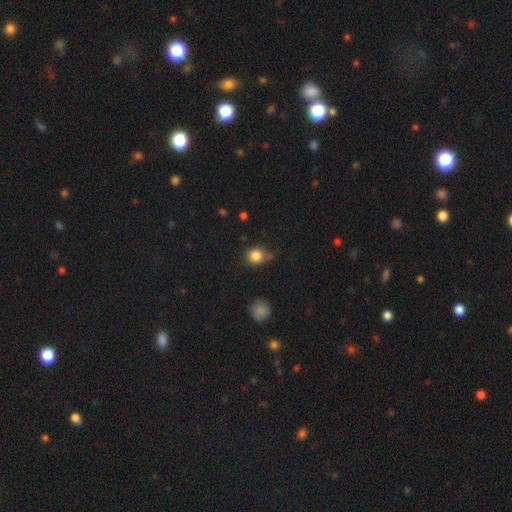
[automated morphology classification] smooth_or_featured: smooth (p=0.84) [alt: star or artifact p=0.11]
how_rounded: round (p=0.83) [alt: in between p=0.16]
merging: none (p=0.69) [alt: minor disturbance p=0.20]